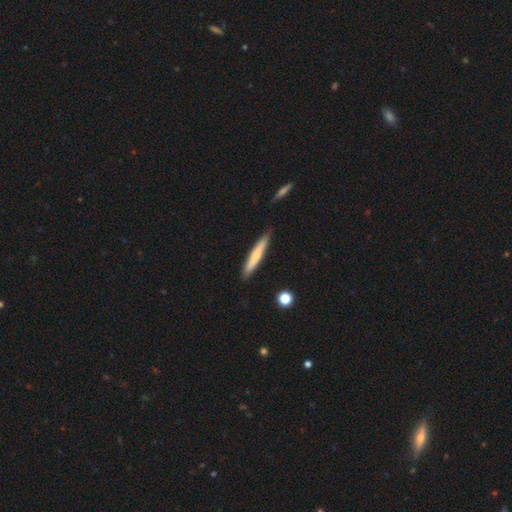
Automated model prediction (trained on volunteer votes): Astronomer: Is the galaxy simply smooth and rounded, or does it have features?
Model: smooth — 68%.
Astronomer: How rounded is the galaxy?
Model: cigar-shaped — 94%.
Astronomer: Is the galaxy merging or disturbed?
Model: none — 86%.